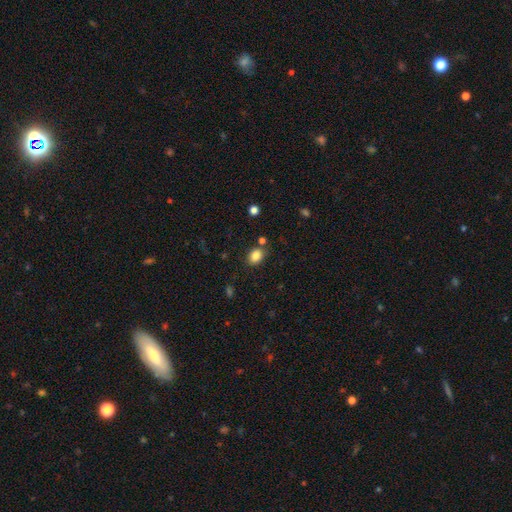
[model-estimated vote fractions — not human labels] Smooth or featured: smooth — 85% (star or artifact — 10%)
How rounded: in between — 62% (round — 37%)
Merging: none — 78% (minor disturbance — 12%)